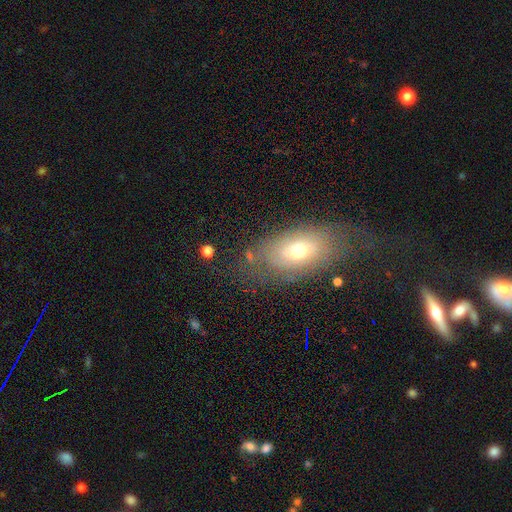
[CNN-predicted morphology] smooth 48%, featured or disk 39%, star or artifact 13%. Down the decision tree: merging — none (57%).